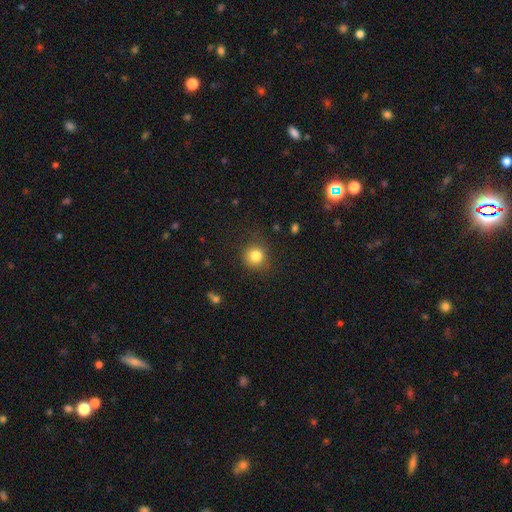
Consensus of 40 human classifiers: Smooth or featured? smooth (80%)
How rounded? round (91%)
Merging? none (86%)